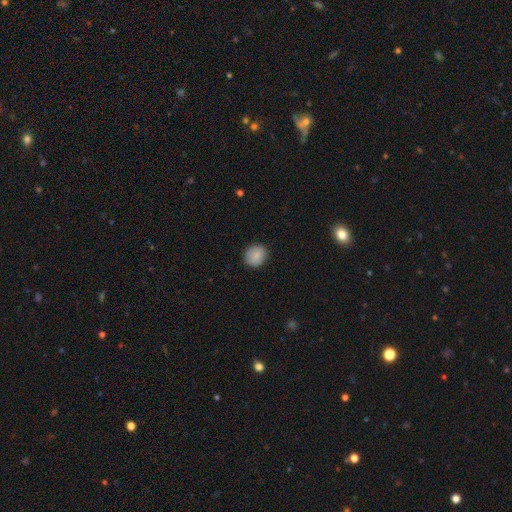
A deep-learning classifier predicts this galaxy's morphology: This is clearly a smooth galaxy (86%). How rounded: likely round (79%). Merging: clearly none (87%).